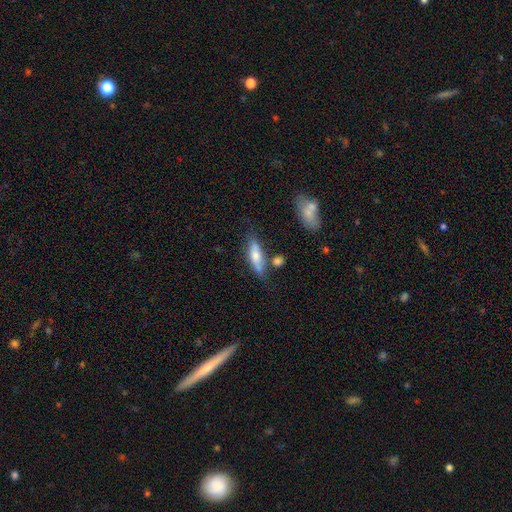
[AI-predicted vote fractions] smooth 63%, featured or disk 30%, star or artifact 7%. Down the decision tree: how rounded — cigar-shaped (49%); merging — none (57%).